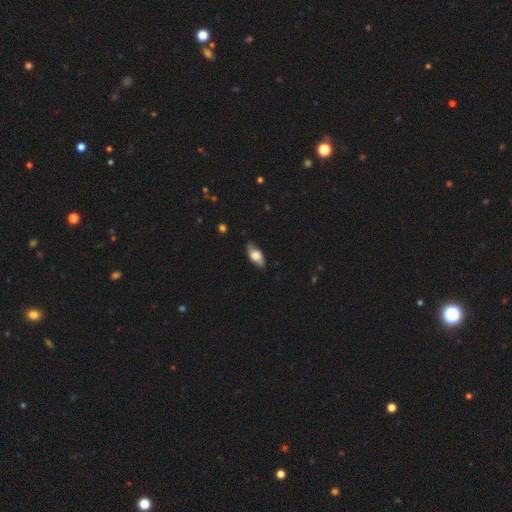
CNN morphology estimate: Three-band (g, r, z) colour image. It shows a smooth galaxy with no disk features (63%) that is in between round and cigar-shaped (84%). Merging: none (80%).